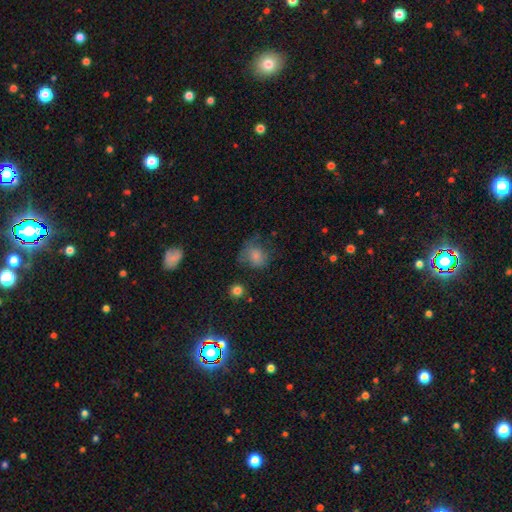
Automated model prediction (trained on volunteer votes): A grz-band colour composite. It shows a smooth galaxy with no disk features (72%) that is round (64%). Merging: none (45%).